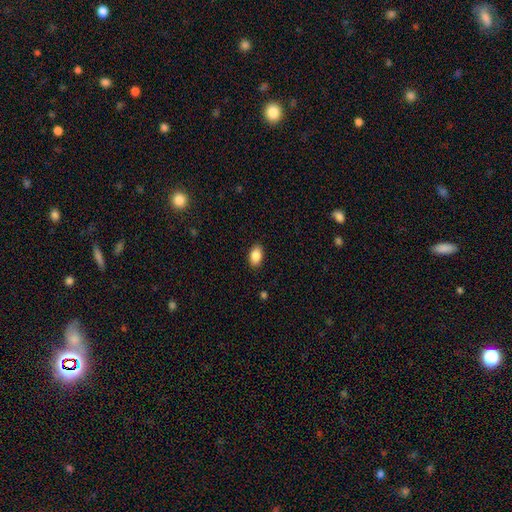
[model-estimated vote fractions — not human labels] smooth_or_featured: smooth (p=0.87) [alt: star or artifact p=0.07]
how_rounded: in between (p=0.91) [alt: round p=0.07]
merging: none (p=0.88) [alt: minor disturbance p=0.09]